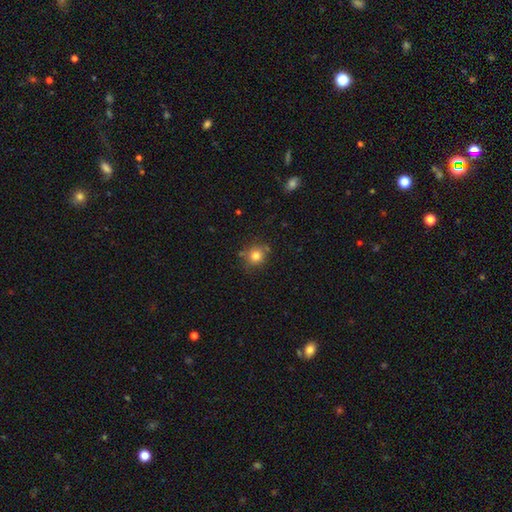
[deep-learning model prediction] A smooth galaxy with no disk features (79%) that is round (86%). Merging: none (76%).